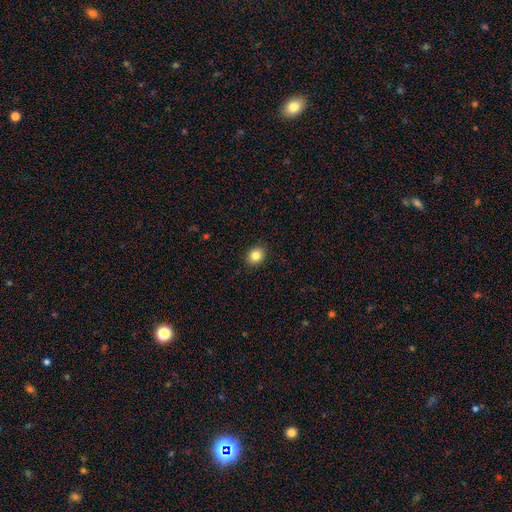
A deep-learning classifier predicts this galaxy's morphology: Q: Smooth or featured?
A: smooth (84%); runner-up: star or artifact (10%)
Q: How rounded?
A: round (62%); runner-up: in between (37%)
Q: Merging?
A: none (90%); runner-up: minor disturbance (7%)